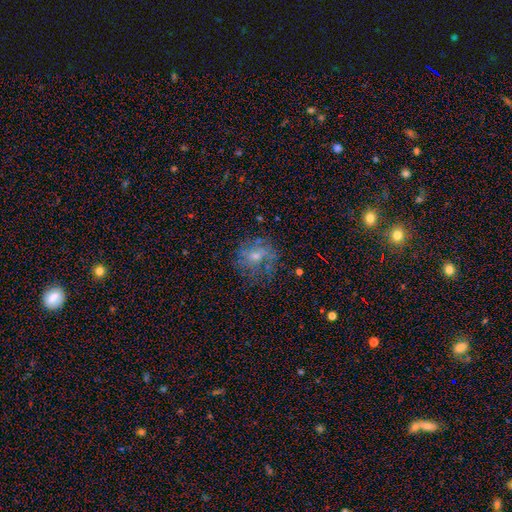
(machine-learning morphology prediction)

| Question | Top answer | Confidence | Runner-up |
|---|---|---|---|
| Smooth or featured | smooth | 40% | featured or disk (38%) |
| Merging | none | 63% | minor disturbance (20%) |